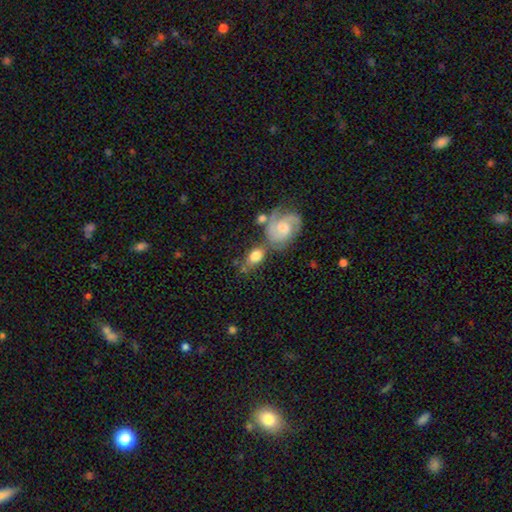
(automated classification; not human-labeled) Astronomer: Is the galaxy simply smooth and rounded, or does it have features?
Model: smooth — 65%.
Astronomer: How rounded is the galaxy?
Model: in between — 79%.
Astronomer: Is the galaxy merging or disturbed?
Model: none — 48% (runner-up: merger, 26%).